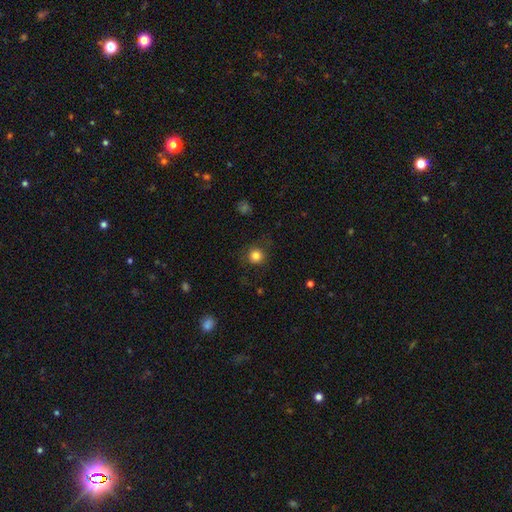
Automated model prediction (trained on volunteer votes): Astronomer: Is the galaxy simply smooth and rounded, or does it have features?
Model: smooth — 83%.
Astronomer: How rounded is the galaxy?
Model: round — 94%.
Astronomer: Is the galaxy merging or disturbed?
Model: none — 83%.